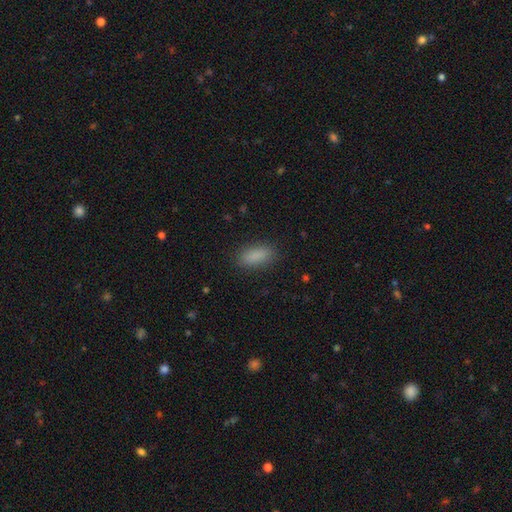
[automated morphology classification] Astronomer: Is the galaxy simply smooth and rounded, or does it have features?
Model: smooth — 87%.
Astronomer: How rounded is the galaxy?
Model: in between — 79%.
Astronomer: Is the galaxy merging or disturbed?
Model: none — 87%.